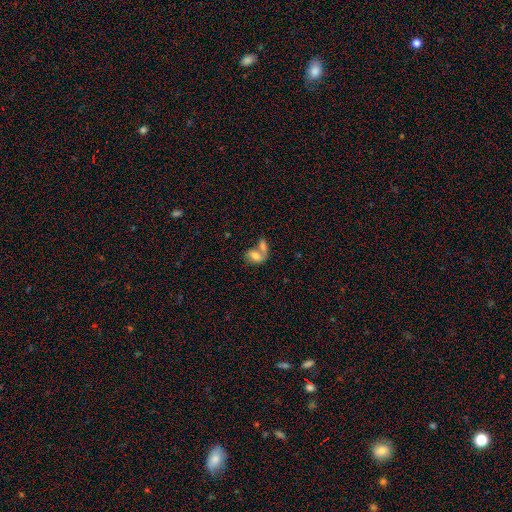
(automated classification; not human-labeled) smooth_or_featured: smooth (p=0.71) [alt: featured or disk p=0.20]
how_rounded: in between (p=0.87) [alt: round p=0.09]
merging: merger (p=0.64) [alt: none p=0.22]